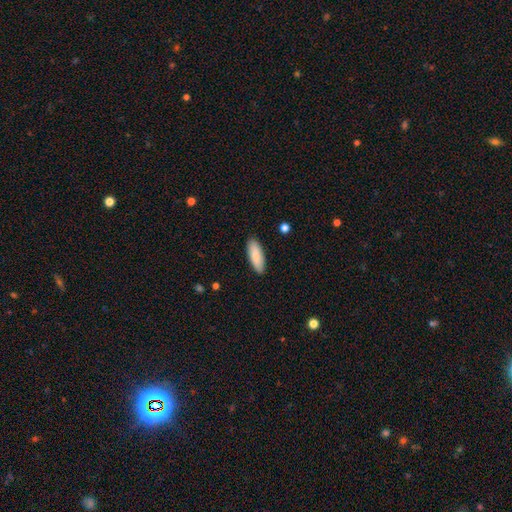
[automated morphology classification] This is clearly a smooth galaxy (88%). How rounded: likely in between (61%). Merging: clearly none (89%).